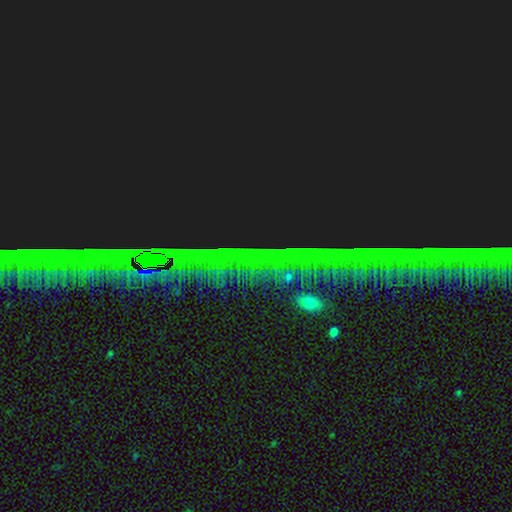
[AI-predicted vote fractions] Smooth or featured? Predicted: star or artifact (p=0.85).